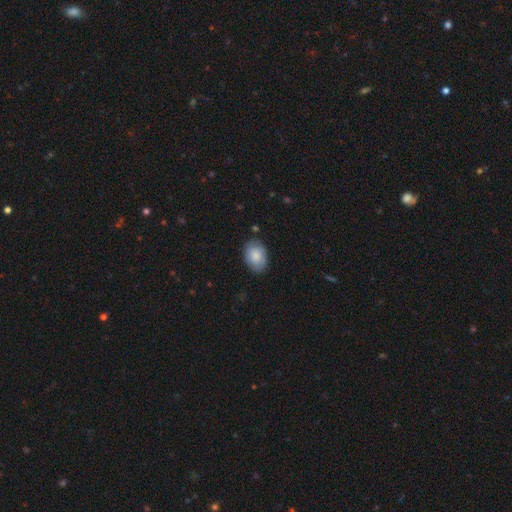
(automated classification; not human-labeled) smooth_or_featured: smooth (p=0.79) [alt: featured or disk p=0.15]
how_rounded: in between (p=0.77) [alt: round p=0.22]
merging: none (p=0.80) [alt: minor disturbance p=0.15]